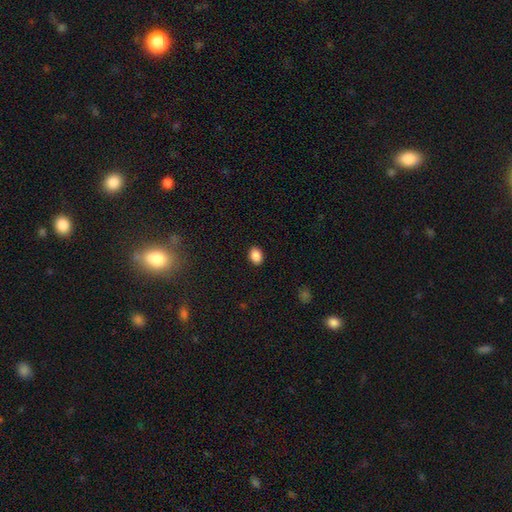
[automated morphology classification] This is clearly a smooth galaxy (88%). How rounded: likely in between (69%). Merging: clearly none (90%).